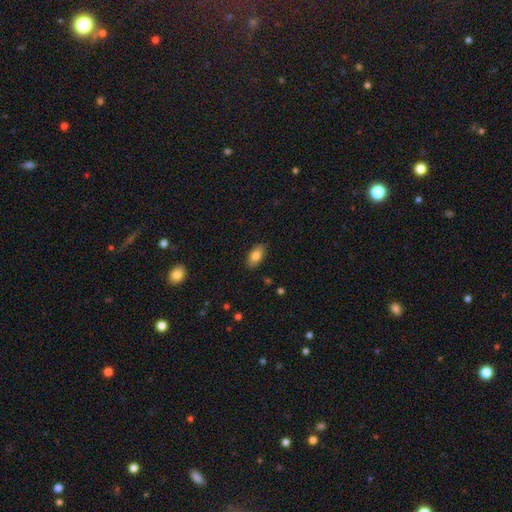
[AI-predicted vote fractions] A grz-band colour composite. It shows a smooth galaxy with no disk features (81%) that is in between round and cigar-shaped (92%). Merging: none (85%).